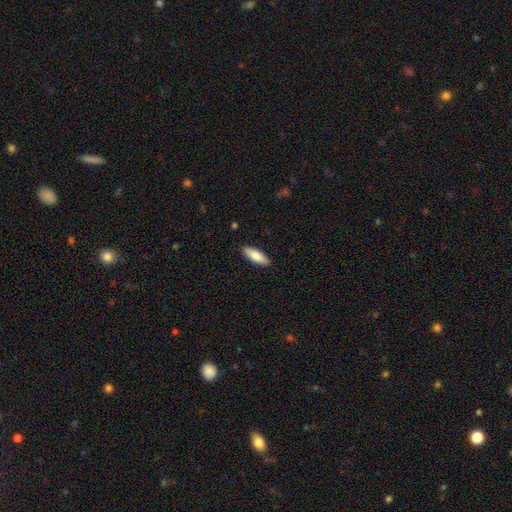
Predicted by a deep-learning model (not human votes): This appears to be a smooth galaxy with no disk features (85%) that is in between round and cigar-shaped (58%). Merging: none (89%).